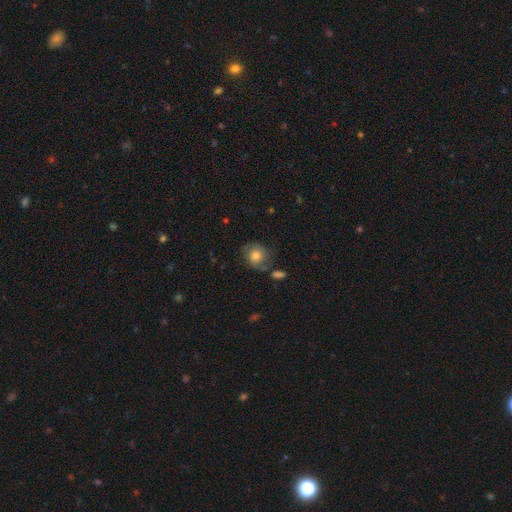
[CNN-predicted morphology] smooth-or-featured: smooth: 49% | featured or disk: 42% | star or artifact: 9%
  merging: none: 61% | minor disturbance: 21% | major disturbance: 12% | merger: 6%